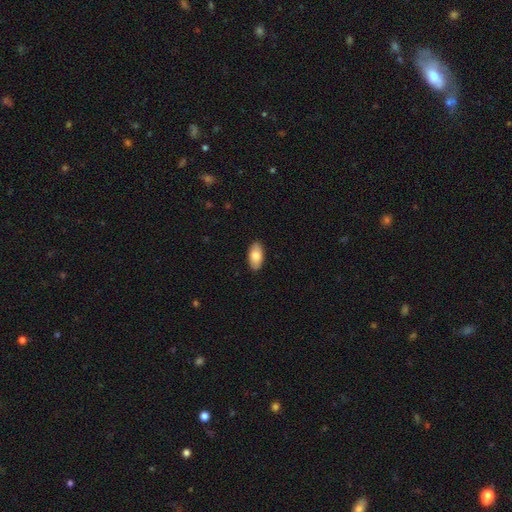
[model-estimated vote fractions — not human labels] smooth 81%, featured or disk 13%, star or artifact 6%. Down the decision tree: how rounded — in between (94%); merging — none (89%).